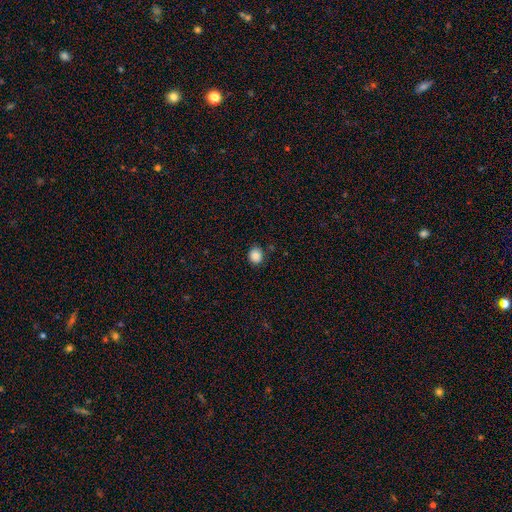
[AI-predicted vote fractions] smooth-or-featured: smooth: 86% | star or artifact: 10% | featured or disk: 3%
  how-rounded: round: 82% | in between: 17% | cigar-shaped: 1%
  merging: none: 86% | minor disturbance: 9% | major disturbance: 2% | merger: 2%